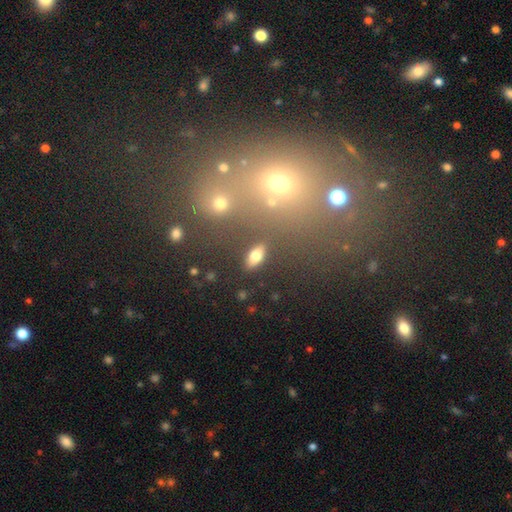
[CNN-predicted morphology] This is likely a smooth galaxy (75%). How rounded: clearly in between (85%). Merging: clearly none (85%).